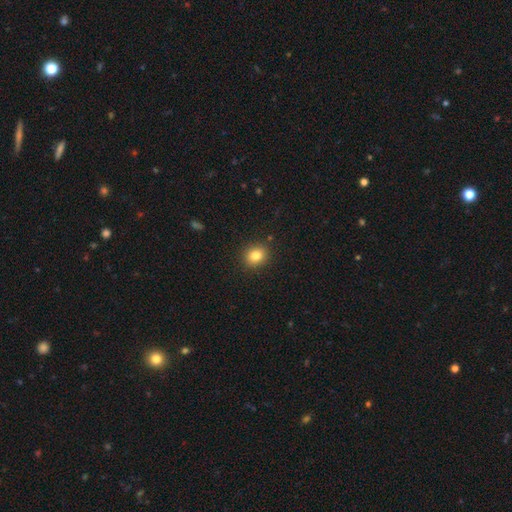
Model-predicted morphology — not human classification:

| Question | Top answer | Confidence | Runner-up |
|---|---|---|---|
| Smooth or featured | smooth | 82% | star or artifact (11%) |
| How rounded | round | 68% | in between (31%) |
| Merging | none | 89% | minor disturbance (7%) |